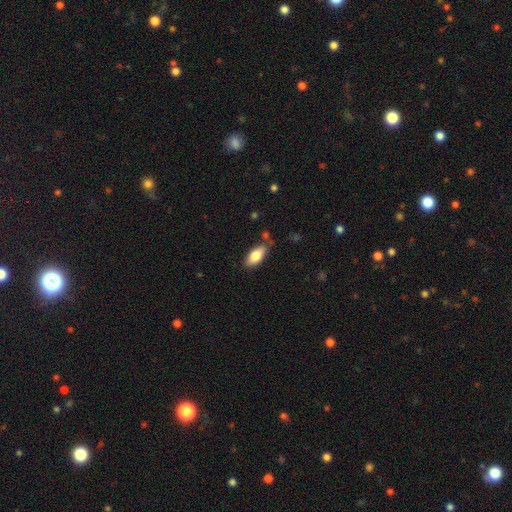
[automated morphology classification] Smooth or featured? Predicted: smooth (p=0.80). How rounded? Predicted: in between (p=0.85). Merging? Predicted: none (p=0.76).